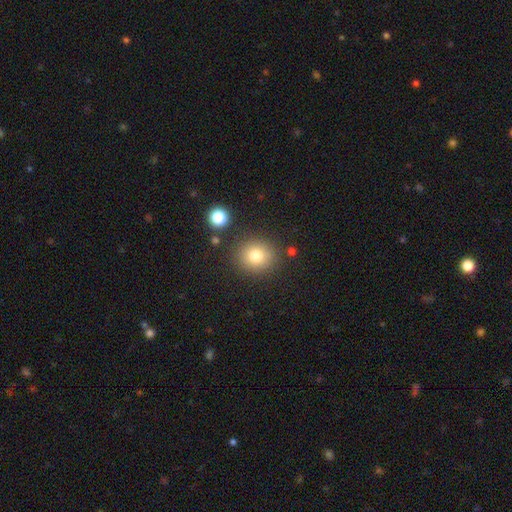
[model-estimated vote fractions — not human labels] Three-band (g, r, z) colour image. It shows a smooth galaxy with no disk features (78%) that is round (85%). Merging: none (84%).